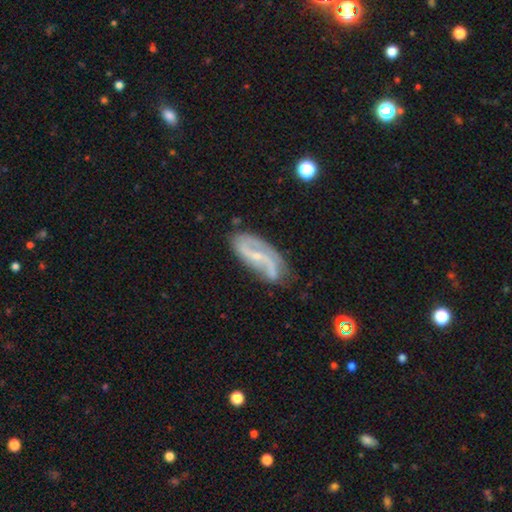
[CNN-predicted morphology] Q: Smooth or featured?
A: featured or disk (83%); runner-up: smooth (11%)
Q: Edge-on disk?
A: no (93%); runner-up: yes (7%)
Q: Bar?
A: weak (39%); runner-up: no (34%)
Q: Spiral arms?
A: yes (93%); runner-up: no (7%)
Q: Spiral winding?
A: loose (47%); runner-up: medium (36%)
Q: Spiral arm count?
A: 2 (82%); runner-up: can't tell (7%)
Q: Bulge size?
A: small (76%); runner-up: moderate (17%)
Q: Merging?
A: none (63%); runner-up: minor disturbance (25%)